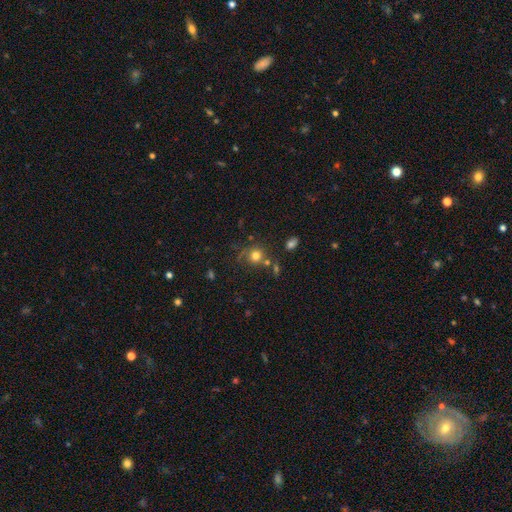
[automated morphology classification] This is likely a smooth galaxy (74%). How rounded: clearly round (87%). Merging: likely none (63%).